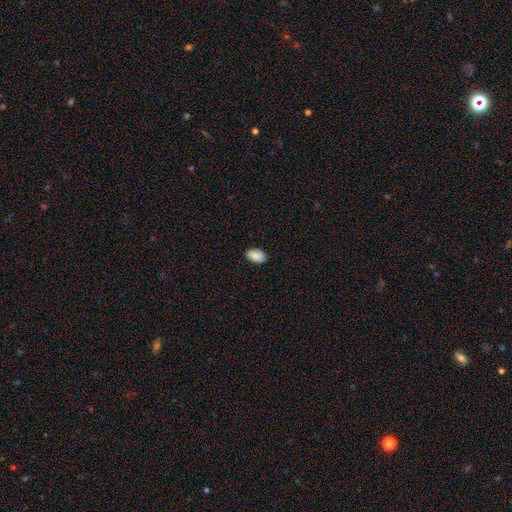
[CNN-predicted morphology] smooth-or-featured: smooth: 88% | star or artifact: 7% | featured or disk: 5%
  how-rounded: in between: 93% | round: 6% | cigar-shaped: 1%
  merging: none: 86% | minor disturbance: 11% | major disturbance: 2% | merger: 1%